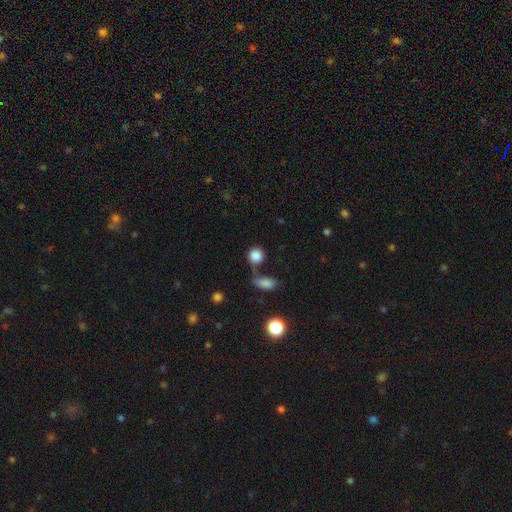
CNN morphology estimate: This is clearly a smooth galaxy (85%). How rounded: clearly round (84%). Merging: possibly none (51%).